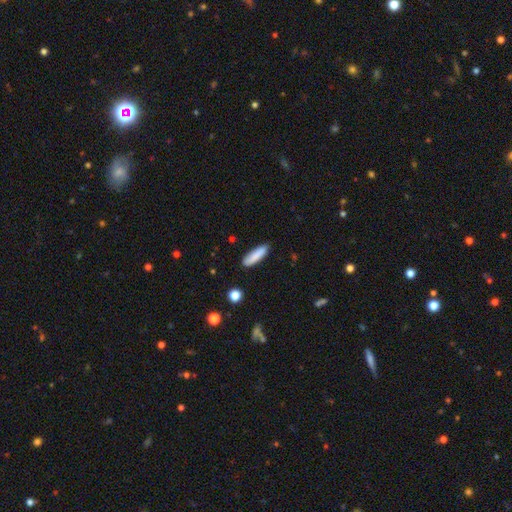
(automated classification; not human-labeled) Smooth or featured? smooth (86%)
How rounded? cigar-shaped (66%)
Merging? none (84%)